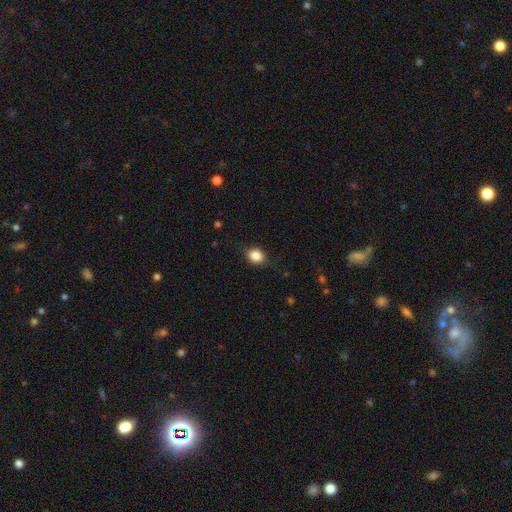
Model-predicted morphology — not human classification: Smooth or featured: smooth — 82% (star or artifact — 9%)
How rounded: round — 53% (in between — 45%)
Merging: none — 76% (minor disturbance — 19%)